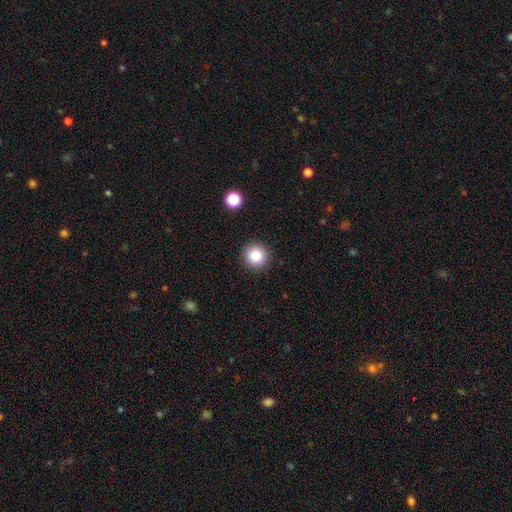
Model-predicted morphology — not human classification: smooth-or-featured: smooth: 82% | star or artifact: 11% | featured or disk: 7%
  how-rounded: round: 95% | in between: 4% | cigar-shaped: 1%
  merging: none: 91% | minor disturbance: 5% | major disturbance: 2% | merger: 1%